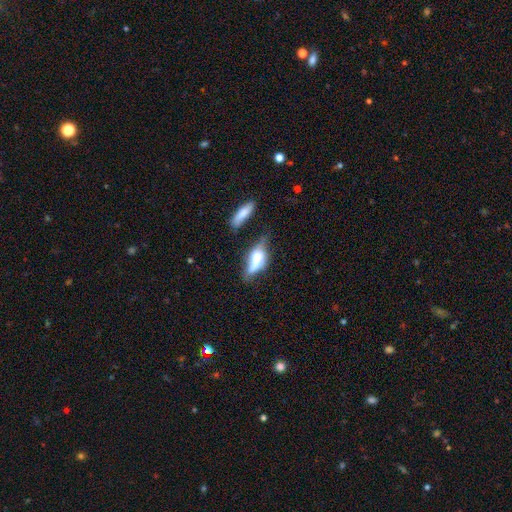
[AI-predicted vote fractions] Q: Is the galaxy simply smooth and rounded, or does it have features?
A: smooth — 55%.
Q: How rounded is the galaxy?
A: in between — 69%.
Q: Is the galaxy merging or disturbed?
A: none — 28%.